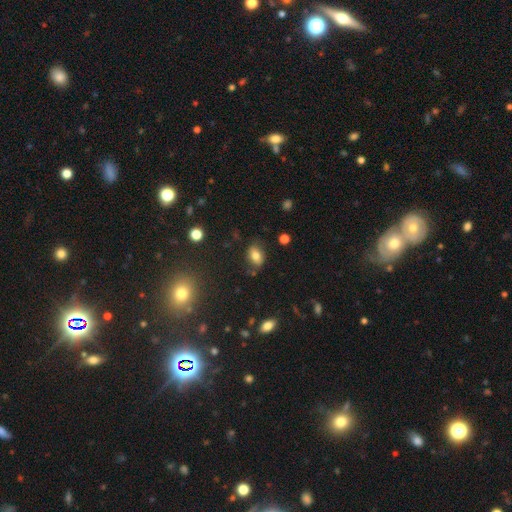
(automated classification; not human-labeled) A smooth galaxy with no disk features (75%) that is in between round and cigar-shaped (81%). Merging: none (75%).